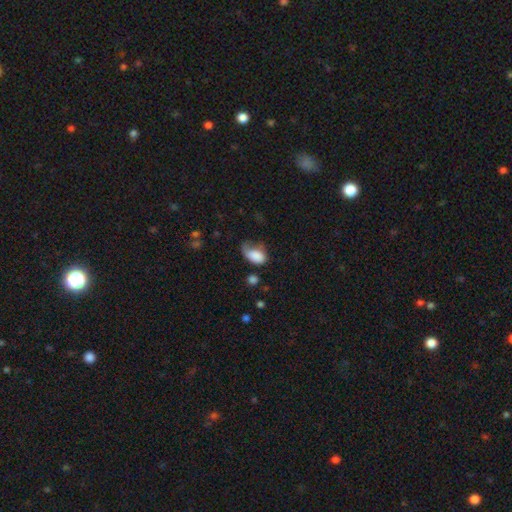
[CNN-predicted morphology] Q: Smooth or featured?
A: smooth (77%); runner-up: featured or disk (15%)
Q: How rounded?
A: in between (89%); runner-up: round (9%)
Q: Merging?
A: major disturbance (36%); runner-up: minor disturbance (31%)